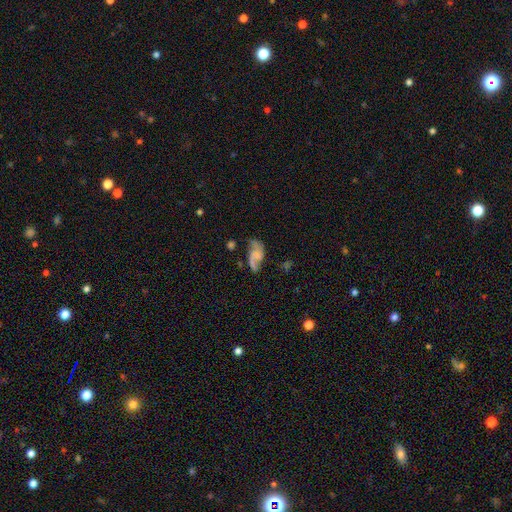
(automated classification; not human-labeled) This is likely a featured or disk galaxy (72%). It is clearly not viewed edge-on (96%). Bar: possibly no (57%). Spiral arm pattern: clearly yes (89%). Spiral arm count: clearly 2 (86%). Spiral winding: likely loose (70%). Central bulge: likely none (62%). Merging: possibly none (49%).